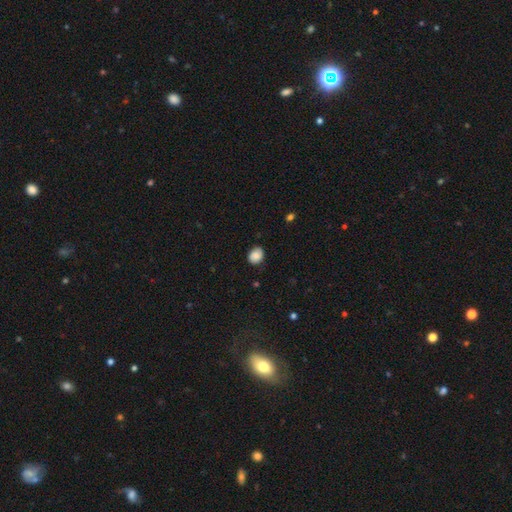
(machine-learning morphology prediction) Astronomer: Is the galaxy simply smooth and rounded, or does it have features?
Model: smooth — 85%.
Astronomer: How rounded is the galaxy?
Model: round — 54% (runner-up: in between, 45%).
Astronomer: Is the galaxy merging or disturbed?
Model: none — 77%.